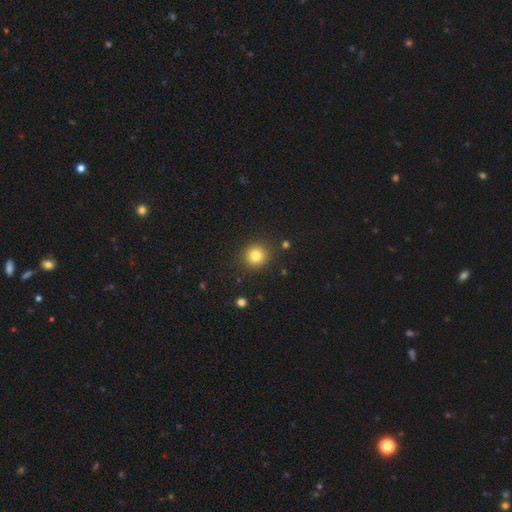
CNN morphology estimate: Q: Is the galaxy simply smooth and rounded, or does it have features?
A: smooth — 82%.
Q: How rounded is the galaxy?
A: round — 92%.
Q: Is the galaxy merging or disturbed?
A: none — 89%.